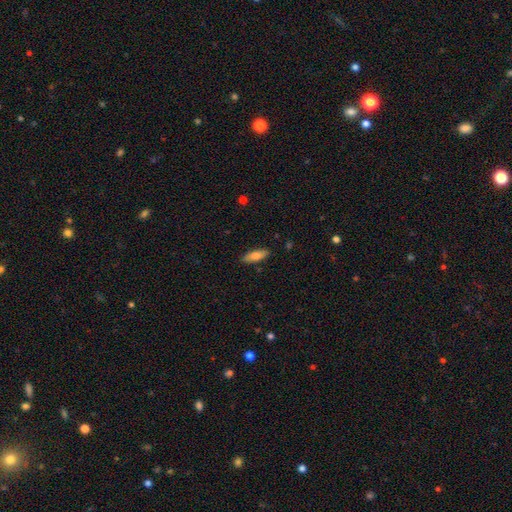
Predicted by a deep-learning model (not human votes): A smooth galaxy with no disk features (71%) that is in between round and cigar-shaped (57%). Merging: none (87%).